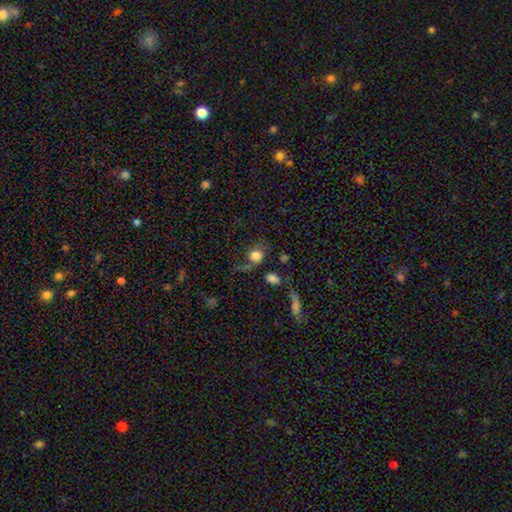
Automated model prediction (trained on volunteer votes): A smooth galaxy with no disk features (75%) that is round (75%).

Vote fractions:
- Smooth or featured? smooth: 75% / featured or disk: 14% / star or artifact: 11%
- How rounded? round: 75% / in between: 23% / cigar-shaped: 2%
- Merging? none: 45% / major disturbance: 22% / minor disturbance: 21% / merger: 11%